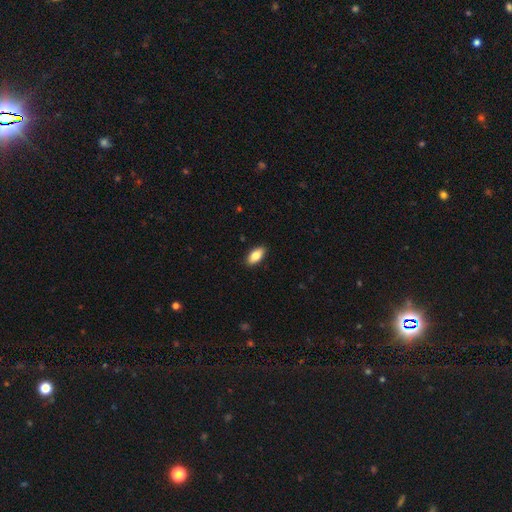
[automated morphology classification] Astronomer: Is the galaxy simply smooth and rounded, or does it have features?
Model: smooth — 83%.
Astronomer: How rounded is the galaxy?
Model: in between — 91%.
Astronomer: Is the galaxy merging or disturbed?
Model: none — 90%.